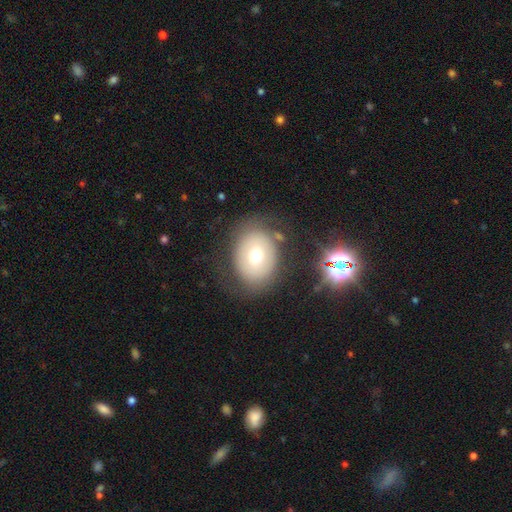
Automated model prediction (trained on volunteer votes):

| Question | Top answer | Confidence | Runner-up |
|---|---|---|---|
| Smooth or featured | smooth | 59% | featured or disk (28%) |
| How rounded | in between | 52% | round (47%) |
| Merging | none | 71% | minor disturbance (16%) |